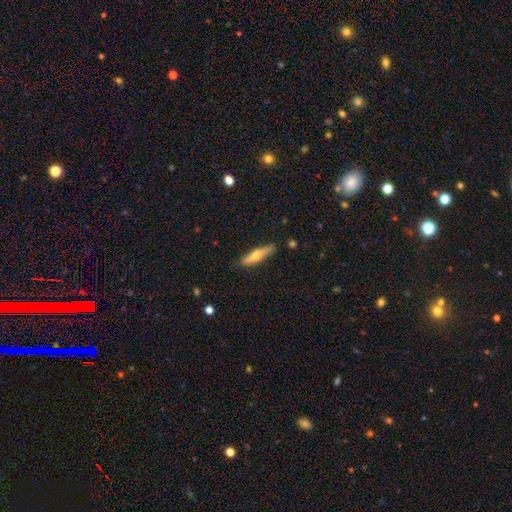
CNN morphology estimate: A smooth galaxy with no disk features (55%) that is cigar-shaped (79%). Merging: none (84%).